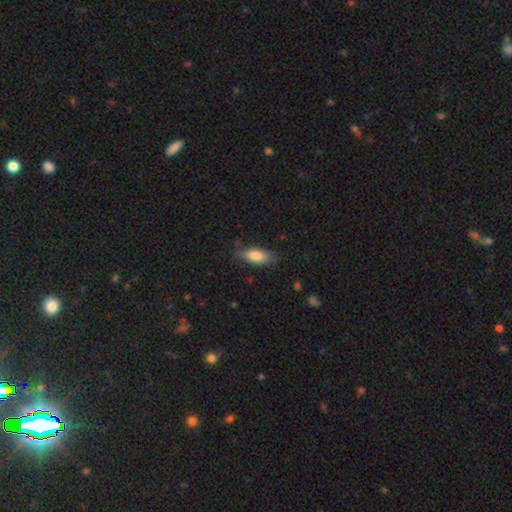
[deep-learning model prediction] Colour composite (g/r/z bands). It shows a smooth galaxy with no disk features (80%) that is in between round and cigar-shaped (81%). Merging: none (74%).